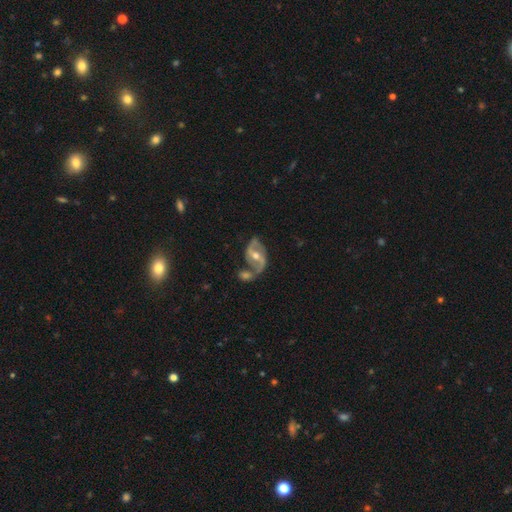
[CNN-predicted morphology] Overall: featured or disk (86%). Edge-on disk: no (96%). Bar: weak (40%; strong 35%). Spiral arms: yes (91%). Spiral arm count: 2 (89%). Spiral winding: medium (46%; loose 38%). Bulge size: moderate (70%). Merging: none (48%; merger 25%).